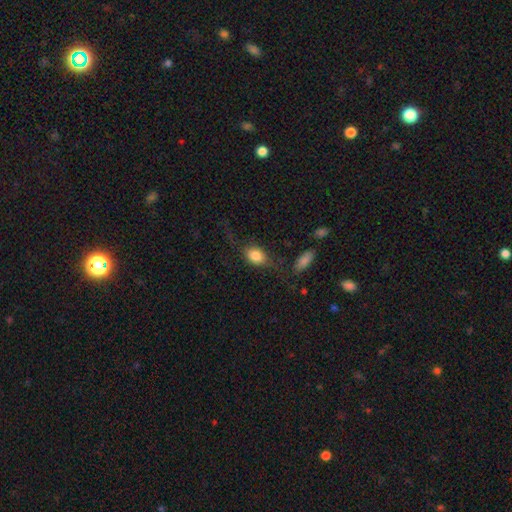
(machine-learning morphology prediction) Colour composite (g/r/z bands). It shows a smooth galaxy with no disk features (80%) that is in between round and cigar-shaped (75%). Merging: none (55%).